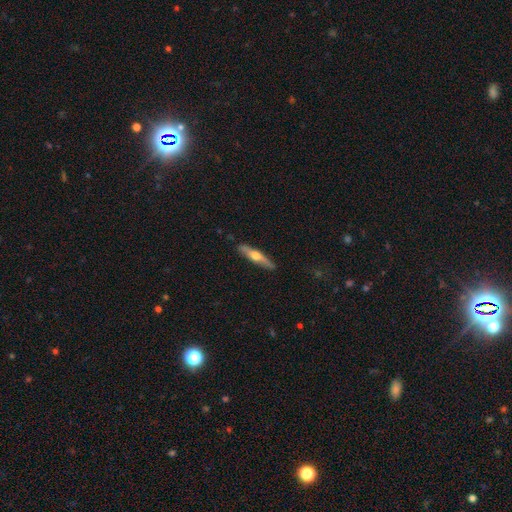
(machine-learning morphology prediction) This is possibly a featured or disk galaxy (56%). It is clearly viewed edge-on (93%). Edge-on bulge: clearly rounded (92%). Merging: clearly none (88%).